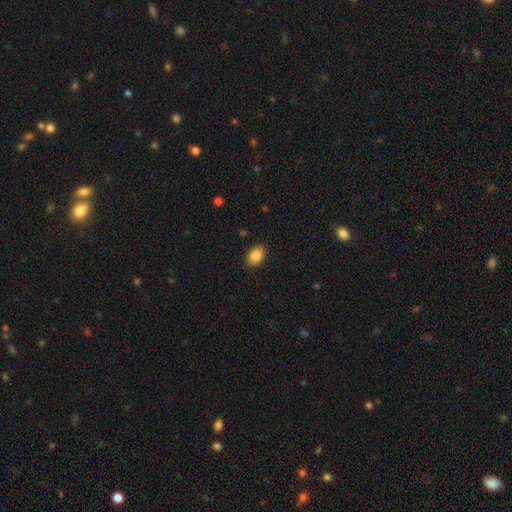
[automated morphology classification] Smooth or featured? Predicted: smooth (p=0.86). How rounded? Predicted: in between (p=0.84). Merging? Predicted: none (p=0.88).